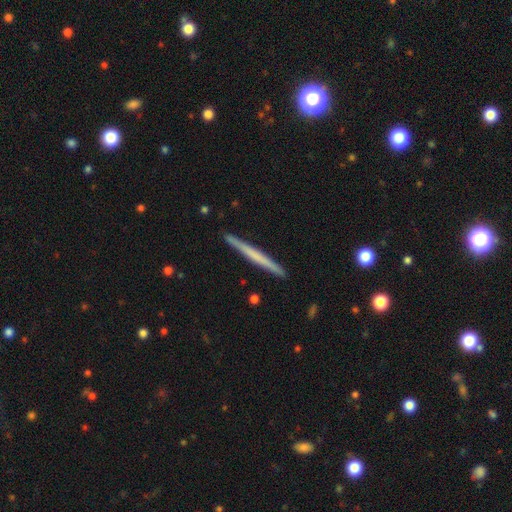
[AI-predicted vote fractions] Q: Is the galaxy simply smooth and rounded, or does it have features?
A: smooth — 49%.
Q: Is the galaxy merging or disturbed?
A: none — 92%.